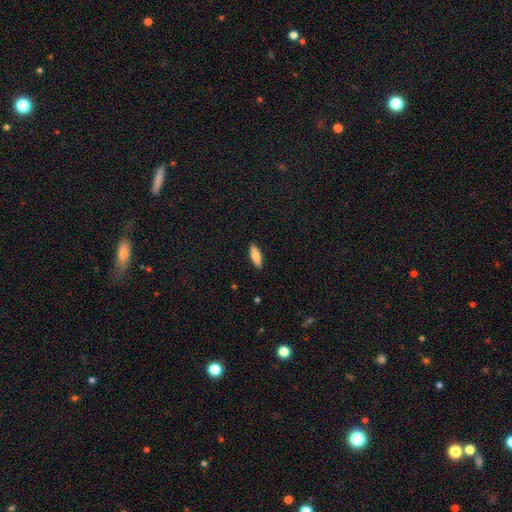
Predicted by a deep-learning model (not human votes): A smooth galaxy with no disk features (80%) that is cigar-shaped (56%). Merging: none (89%).